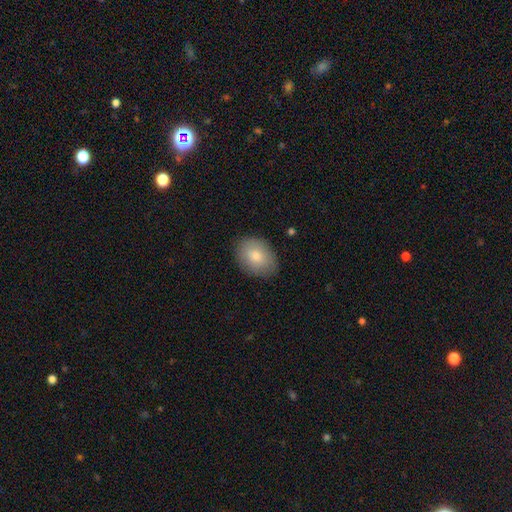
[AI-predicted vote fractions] This appears to be a smooth galaxy with no disk features (79%) that is in between round and cigar-shaped (72%). Merging: none (87%).